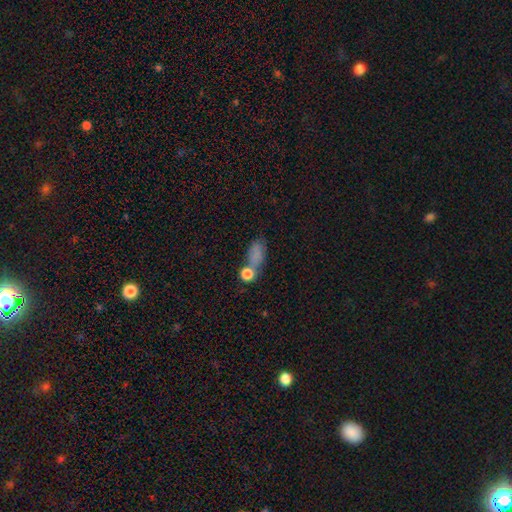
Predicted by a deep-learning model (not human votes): Overall: smooth (69%). How rounded: in between (73%). Merging: none (44%; merger 24%).